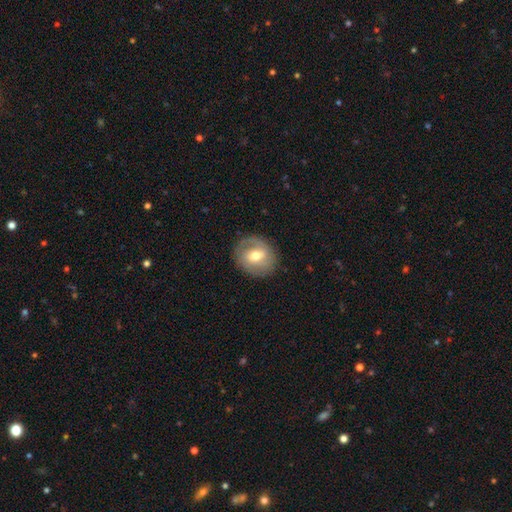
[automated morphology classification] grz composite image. It shows a featured or disk galaxy (50%). Merging: none (84%).